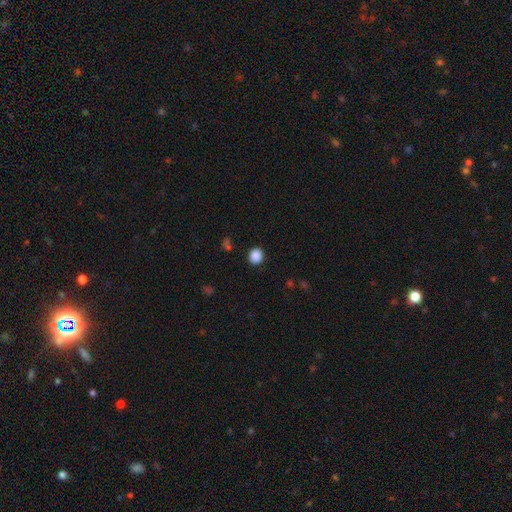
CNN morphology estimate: A smooth galaxy with no disk features (88%) that is round (79%).

Vote fractions:
- Smooth or featured? smooth: 88% / star or artifact: 10% / featured or disk: 3%
- How rounded? round: 79% / in between: 20% / cigar-shaped: 1%
- Merging? none: 90% / minor disturbance: 7% / major disturbance: 2% / merger: 2%